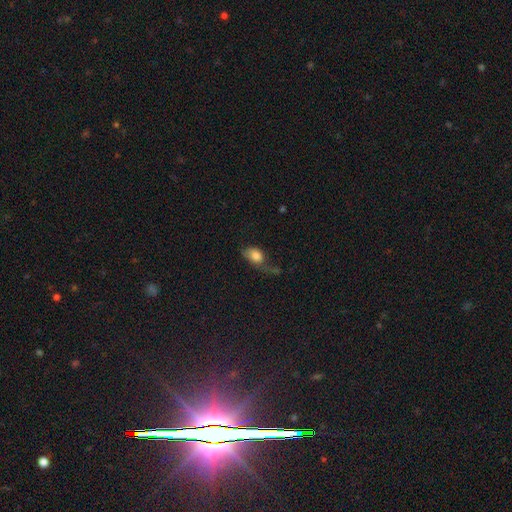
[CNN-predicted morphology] This is likely a smooth galaxy (77%). How rounded: likely in between (78%). Merging: marginally major disturbance (38%).